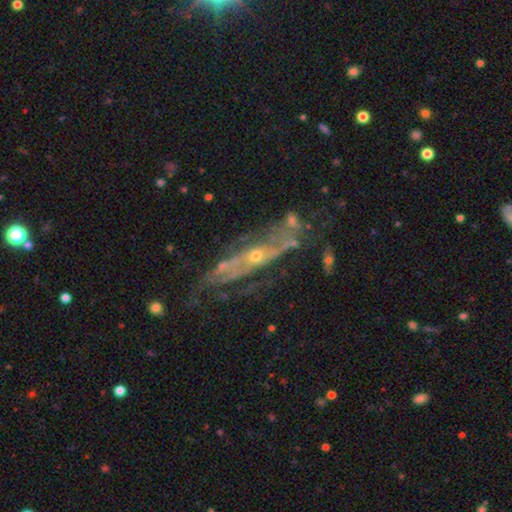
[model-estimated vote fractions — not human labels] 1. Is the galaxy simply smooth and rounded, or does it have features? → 77% featured or disk, 12% star or artifact, 11% smooth.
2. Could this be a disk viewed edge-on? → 58% no, 42% yes.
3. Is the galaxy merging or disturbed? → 63% none, 21% minor disturbance, 12% major disturbance, 5% merger.